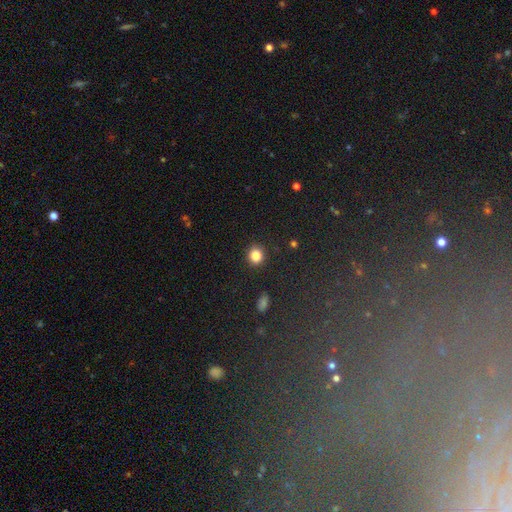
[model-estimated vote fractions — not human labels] A smooth galaxy with no disk features (85%) that is round (83%). Merging: none (89%).